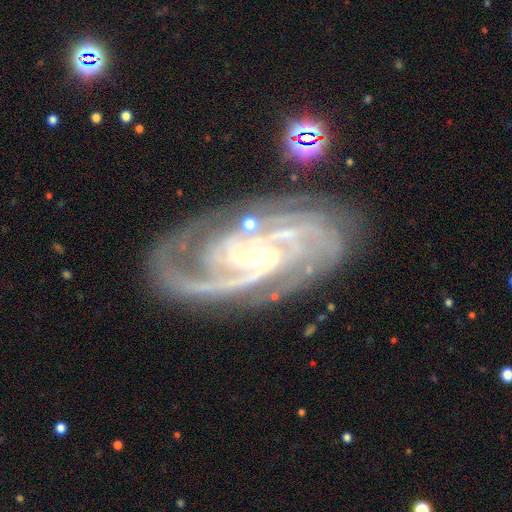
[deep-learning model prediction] featured or disk 91%, star or artifact 6%, smooth 3%. Down the decision tree: edge-on disk — no (96%); bar — no (49%); spiral arms — yes (98%); spiral arm count — 2 (31%); spiral winding — tight (58%); bulge size — small (82%); merging — none (74%).